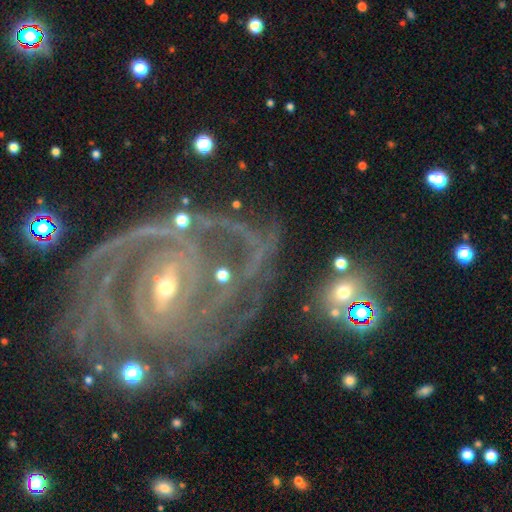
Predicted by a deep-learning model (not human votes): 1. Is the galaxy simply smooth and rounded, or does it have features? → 89% featured or disk, 7% star or artifact, 4% smooth.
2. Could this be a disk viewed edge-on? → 97% no, 3% yes.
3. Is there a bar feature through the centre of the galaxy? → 41% weak, 36% strong, 24% no.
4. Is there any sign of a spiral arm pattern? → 97% yes, 3% no.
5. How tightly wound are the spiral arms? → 68% tight, 26% medium, 5% loose.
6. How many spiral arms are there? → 26% 2, 22% can't tell, 20% 3, 15% 4, 9% more than 4, 8% 1.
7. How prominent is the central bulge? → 71% small, 25% moderate, 2% large, 2% none, 1% dominant.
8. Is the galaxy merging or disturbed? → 67% none, 17% minor disturbance, 12% major disturbance, 3% merger.